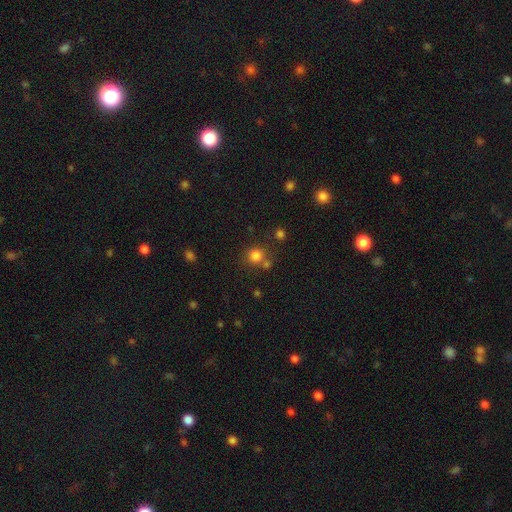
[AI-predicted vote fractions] A smooth galaxy with no disk features (80%) that is round (88%). Merging: none (68%).